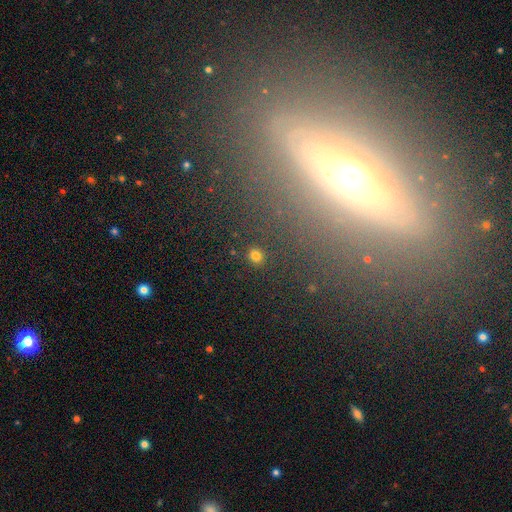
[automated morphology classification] Smooth or featured: smooth — 78% (star or artifact — 17%)
How rounded: round — 80% (in between — 19%)
Merging: none — 89% (minor disturbance — 6%)